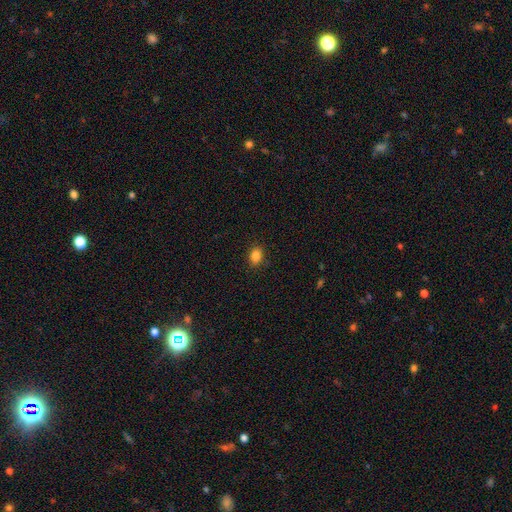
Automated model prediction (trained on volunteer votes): Smooth or featured?
  - smooth: 85% *
  - star or artifact: 10%
  - featured or disk: 5%
How rounded?
  - in between: 69% *
  - round: 30%
  - cigar-shaped: 1%
Merging?
  - none: 88% *
  - minor disturbance: 9%
  - major disturbance: 2%
  - merger: 1%